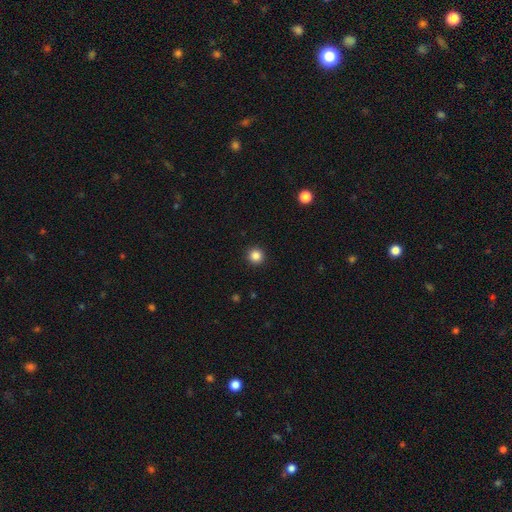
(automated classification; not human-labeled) Smooth or featured? smooth (85%)
How rounded? round (96%)
Merging? none (93%)